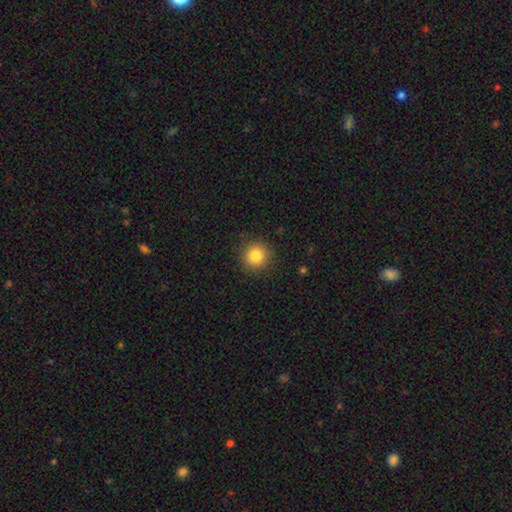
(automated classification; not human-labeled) Smooth or featured?
  - smooth: 83% *
  - star or artifact: 11%
  - featured or disk: 6%
How rounded?
  - round: 93% *
  - in between: 6%
  - cigar-shaped: 1%
Merging?
  - none: 90% *
  - minor disturbance: 7%
  - major disturbance: 2%
  - merger: 1%